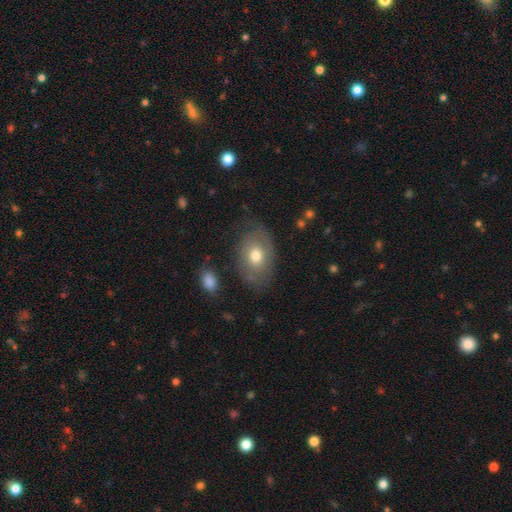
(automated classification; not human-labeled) Smooth or featured? smooth (59%)
How rounded? in between (83%)
Merging? none (73%)